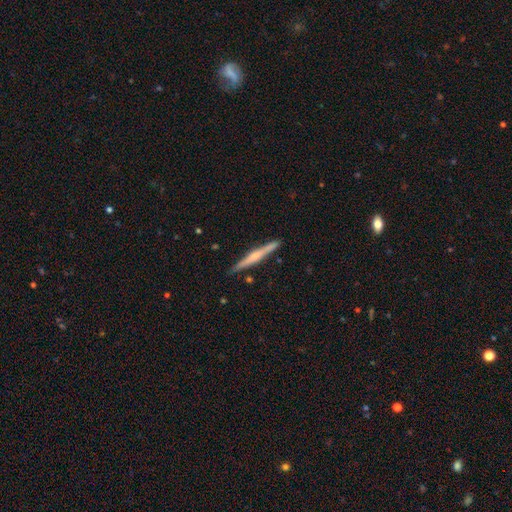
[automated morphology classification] Smooth or featured: featured or disk — 65% (smooth — 30%)
Edge-on disk: yes — 98% (no — 2%)
Edge-on bulge: rounded — 61% (none — 24%)
Merging: none — 89% (minor disturbance — 8%)